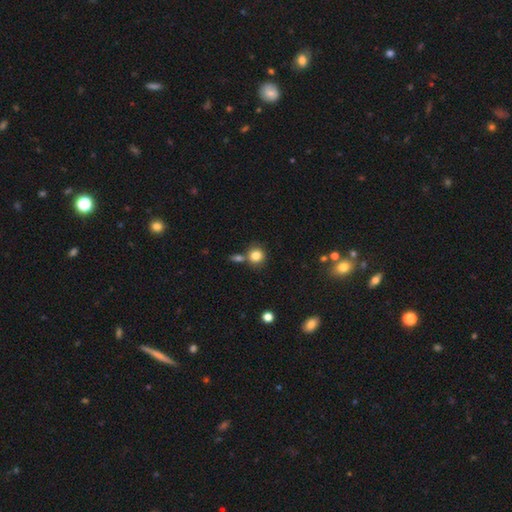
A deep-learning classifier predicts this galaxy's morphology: This appears to be a smooth galaxy with no disk features (82%) that is round (87%). Merging: none (64%).